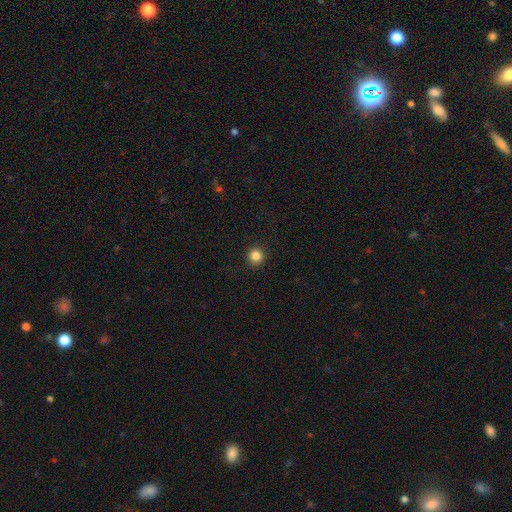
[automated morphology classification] Q: Smooth or featured?
A: smooth (84%); runner-up: star or artifact (12%)
Q: How rounded?
A: round (95%); runner-up: in between (4%)
Q: Merging?
A: none (93%); runner-up: minor disturbance (5%)